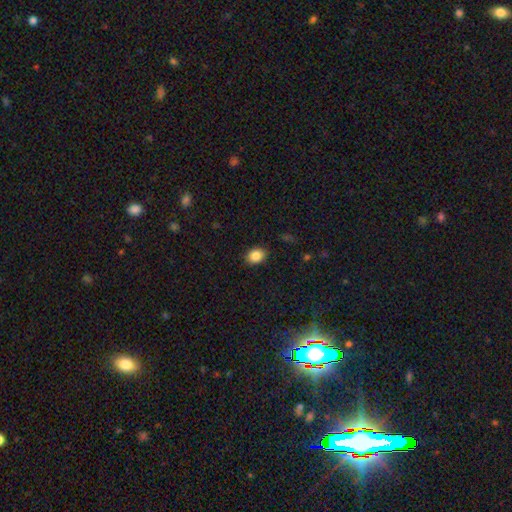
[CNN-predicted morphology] Overall: smooth (86%). How rounded: in between (65%; round 34%). Merging: none (88%).